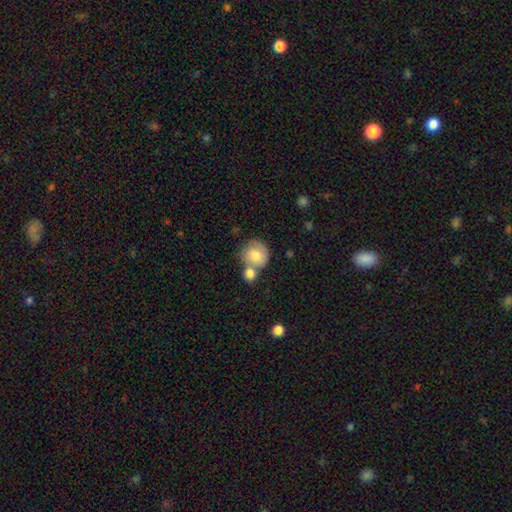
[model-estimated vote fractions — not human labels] smooth-or-featured: smooth: 79% | featured or disk: 14% | star or artifact: 7%
  how-rounded: round: 85% | in between: 14% | cigar-shaped: 1%
  merging: none: 45% | merger: 39% | minor disturbance: 12% | major disturbance: 4%